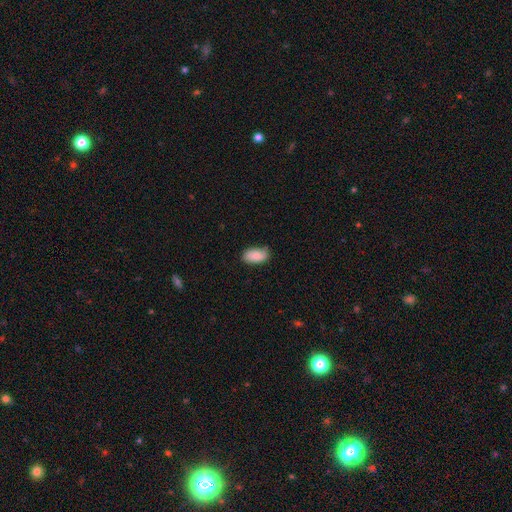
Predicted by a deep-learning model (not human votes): This appears to be a smooth galaxy with no disk features (85%) that is in between round and cigar-shaped (94%). Merging: none (74%).